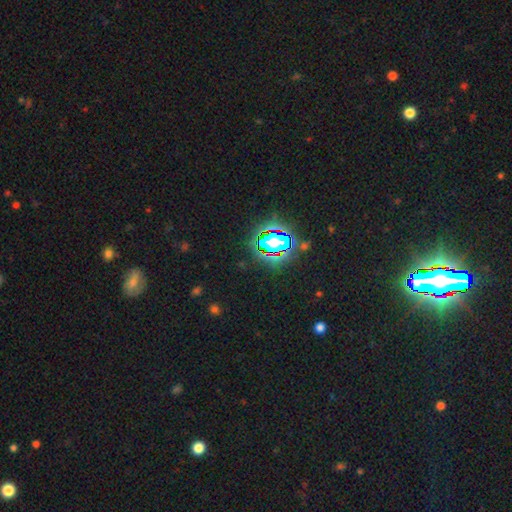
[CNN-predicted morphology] Smooth or featured? star or artifact (81%)